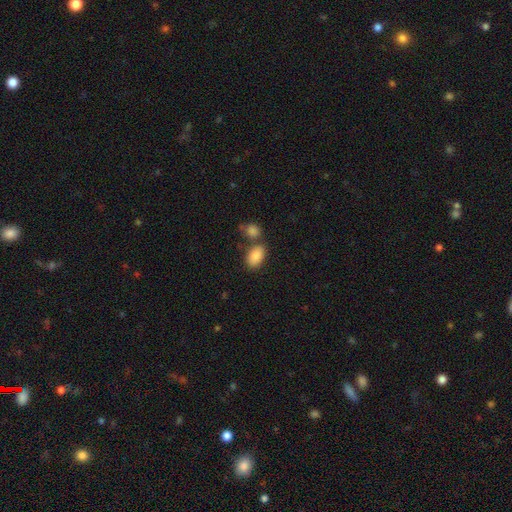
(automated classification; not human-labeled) Q: Smooth or featured?
A: smooth (86%); runner-up: star or artifact (7%)
Q: How rounded?
A: in between (90%); runner-up: round (8%)
Q: Merging?
A: none (60%); runner-up: merger (24%)